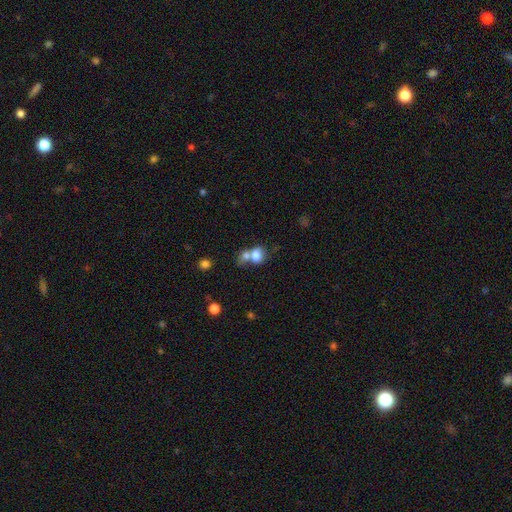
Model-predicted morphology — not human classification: Smooth or featured?
  - smooth: 77% *
  - featured or disk: 13%
  - star or artifact: 10%
How rounded?
  - round: 51% *
  - in between: 48%
  - cigar-shaped: 1%
Merging?
  - merger: 58% *
  - none: 29%
  - minor disturbance: 8%
  - major disturbance: 5%